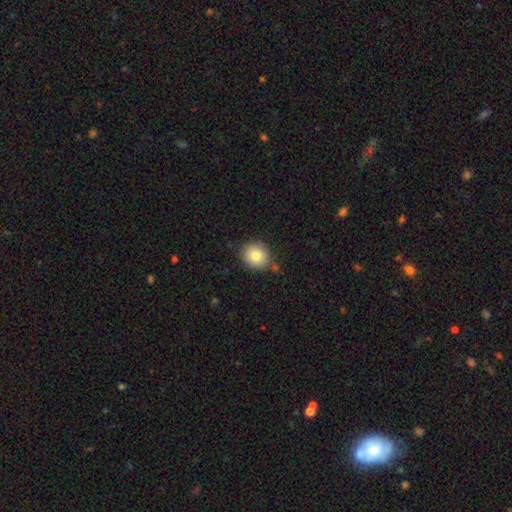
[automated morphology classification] The model was most divided on "merging": none: 79%, minor disturbance: 14%, merger: 4%, major disturbance: 3%. More confident: how rounded — round (82%); smooth or featured — smooth (81%).